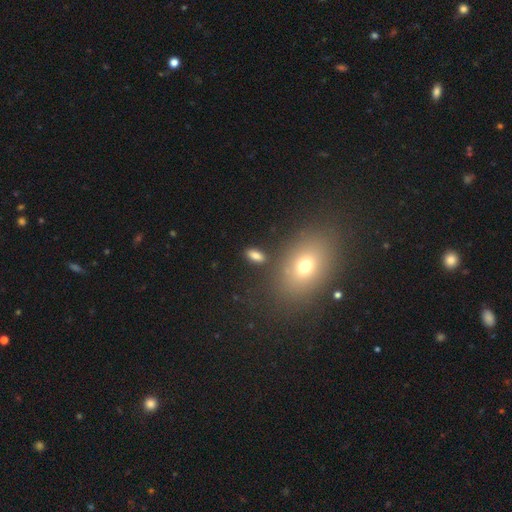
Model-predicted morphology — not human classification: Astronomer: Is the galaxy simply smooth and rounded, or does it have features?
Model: smooth — 80%.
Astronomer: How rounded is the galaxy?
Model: in between — 82%.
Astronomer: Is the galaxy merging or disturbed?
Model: none — 82%.